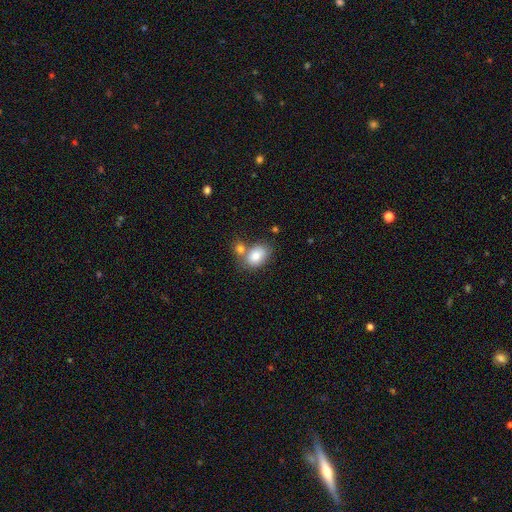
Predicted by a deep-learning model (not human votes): smooth-or-featured: smooth: 81% | featured or disk: 12% | star or artifact: 8%
  how-rounded: in between: 79% | round: 19% | cigar-shaped: 1%
  merging: none: 48% | merger: 34% | minor disturbance: 14% | major disturbance: 4%